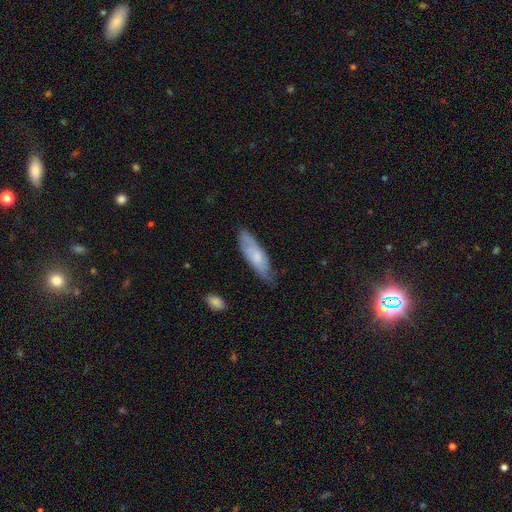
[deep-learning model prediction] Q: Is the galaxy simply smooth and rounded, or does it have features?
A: smooth — 55%.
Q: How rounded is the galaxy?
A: in between — 54%.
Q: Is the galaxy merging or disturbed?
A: none — 69%.